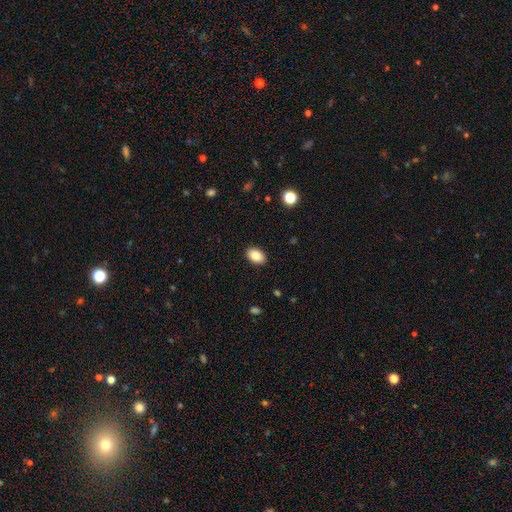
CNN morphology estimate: A smooth galaxy with no disk features (85%) that is in between round and cigar-shaped (88%).

Vote fractions:
- Smooth or featured? smooth: 85% / star or artifact: 8% / featured or disk: 7%
- How rounded? in between: 88% / round: 11% / cigar-shaped: 1%
- Merging? none: 90% / minor disturbance: 7% / major disturbance: 2% / merger: 1%